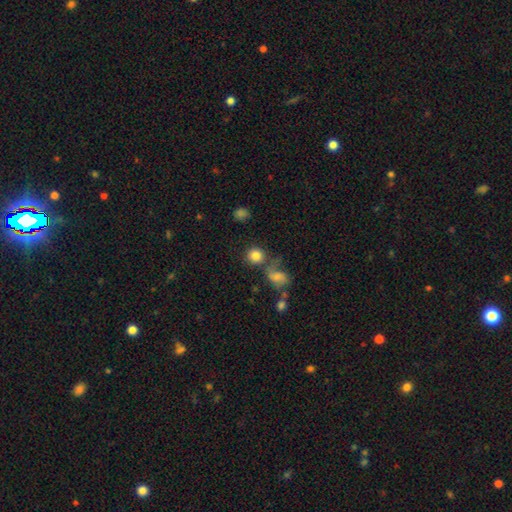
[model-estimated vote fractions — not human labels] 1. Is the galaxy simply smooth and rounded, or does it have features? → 83% smooth, 10% star or artifact, 7% featured or disk.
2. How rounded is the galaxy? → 88% round, 11% in between, 1% cigar-shaped.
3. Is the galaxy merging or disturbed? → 61% none, 22% merger, 11% minor disturbance, 6% major disturbance.